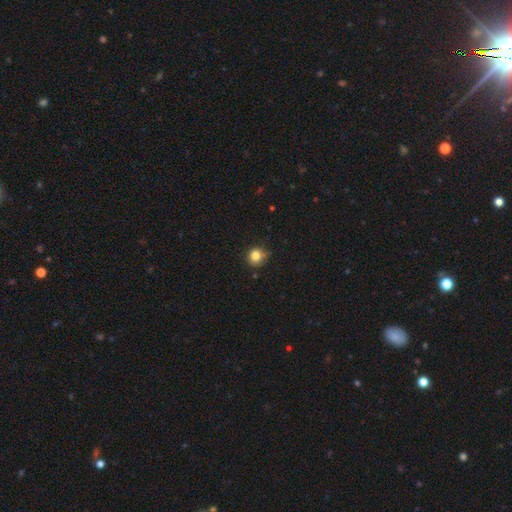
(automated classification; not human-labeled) A smooth galaxy with no disk features (81%) that is round (87%). Merging: none (75%).